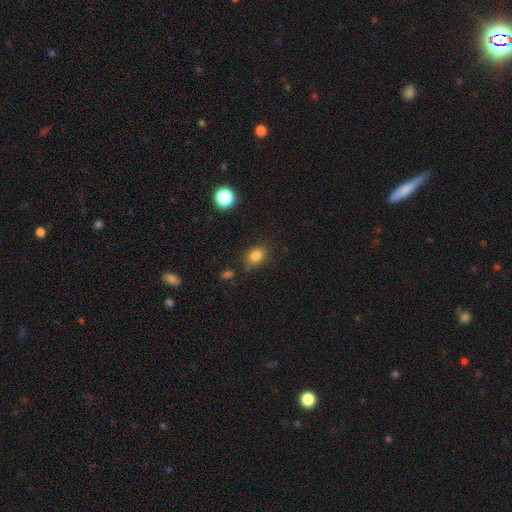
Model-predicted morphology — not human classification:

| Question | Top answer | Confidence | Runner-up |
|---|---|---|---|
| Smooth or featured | smooth | 82% | star or artifact (12%) |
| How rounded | in between | 55% | round (44%) |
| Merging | none | 76% | minor disturbance (17%) |